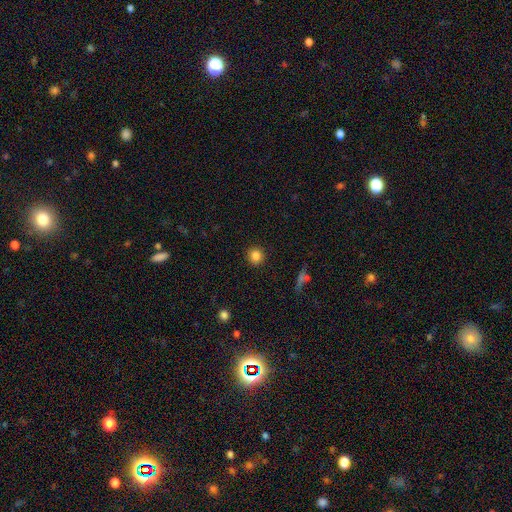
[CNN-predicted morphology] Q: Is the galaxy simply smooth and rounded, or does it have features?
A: smooth — 84%.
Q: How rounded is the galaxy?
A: round — 92%.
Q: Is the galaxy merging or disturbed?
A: none — 91%.